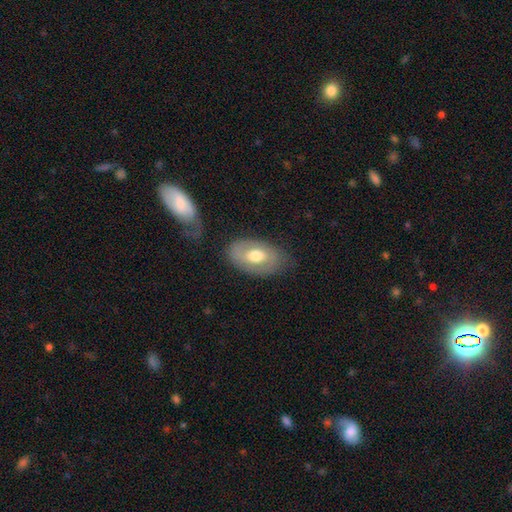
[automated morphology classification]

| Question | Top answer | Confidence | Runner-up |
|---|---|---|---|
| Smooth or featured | smooth | 50% | featured or disk (43%) |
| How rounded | in between | 89% | round (9%) |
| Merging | none | 72% | minor disturbance (19%) |